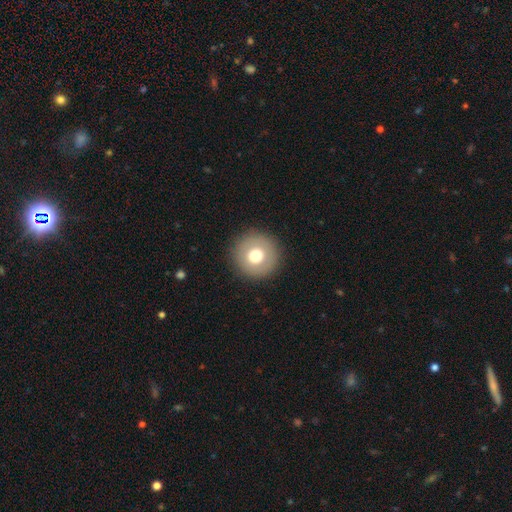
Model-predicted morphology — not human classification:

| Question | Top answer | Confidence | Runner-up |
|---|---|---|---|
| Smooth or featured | smooth | 71% | featured or disk (19%) |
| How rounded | round | 97% | in between (3%) |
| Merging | none | 92% | minor disturbance (5%) |